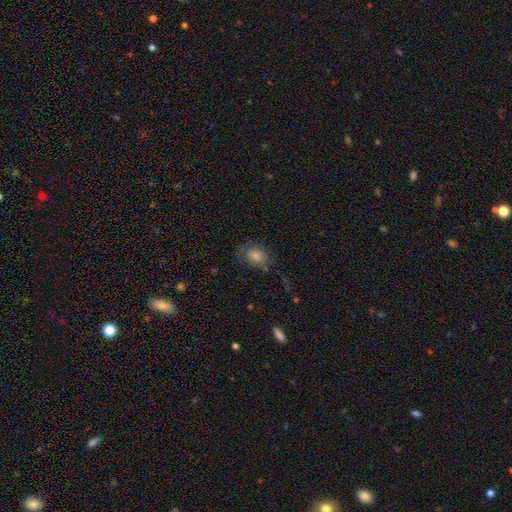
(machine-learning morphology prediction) A smooth galaxy with no disk features (54%) that is round (51%). Merging: none (51%).